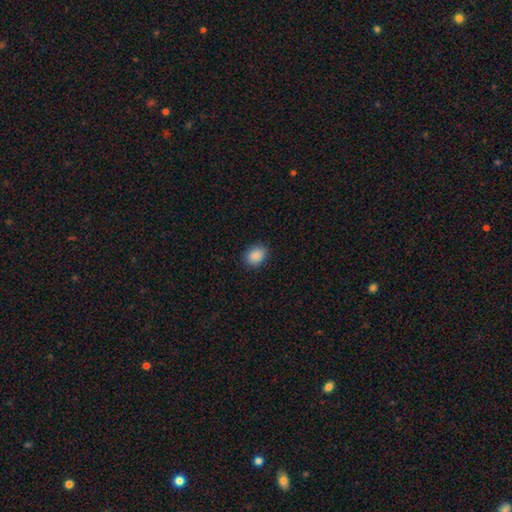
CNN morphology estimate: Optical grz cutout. It shows a smooth galaxy with no disk features (89%) that is in between round and cigar-shaped (64%). Merging: none (87%).